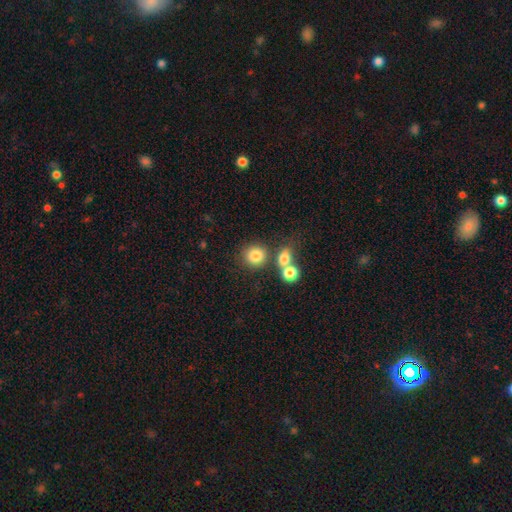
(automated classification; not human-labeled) Smooth or featured?
  - smooth: 80% *
  - star or artifact: 12%
  - featured or disk: 8%
How rounded?
  - round: 87% *
  - in between: 12%
  - cigar-shaped: 1%
Merging?
  - none: 67% *
  - merger: 19%
  - minor disturbance: 9%
  - major disturbance: 4%